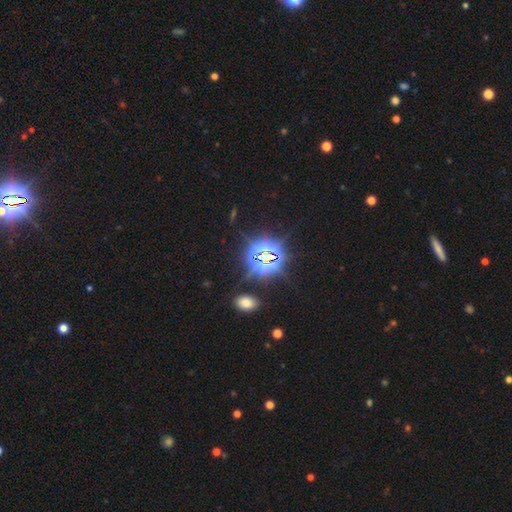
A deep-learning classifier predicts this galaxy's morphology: A star or artifact, not a galaxy (80%).